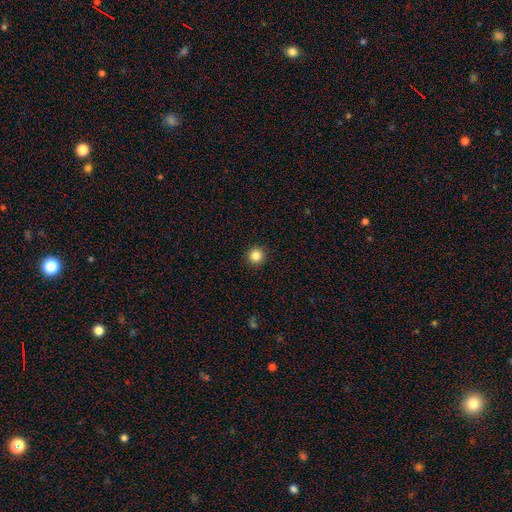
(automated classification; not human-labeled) A smooth galaxy with no disk features (85%) that is round (96%).

Vote fractions:
- Smooth or featured? smooth: 85% / star or artifact: 11% / featured or disk: 4%
- How rounded? round: 96% / in between: 3% / cigar-shaped: 1%
- Merging? none: 93% / minor disturbance: 4% / major disturbance: 1% / merger: 1%